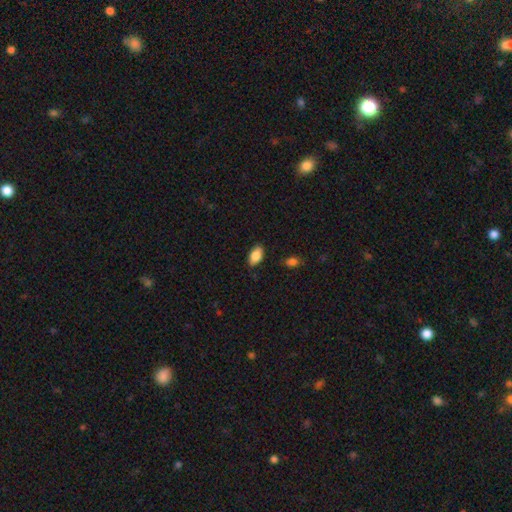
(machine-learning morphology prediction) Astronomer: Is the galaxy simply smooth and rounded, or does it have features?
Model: smooth — 85%.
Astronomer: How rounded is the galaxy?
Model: in between — 93%.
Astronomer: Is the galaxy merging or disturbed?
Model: none — 85%.